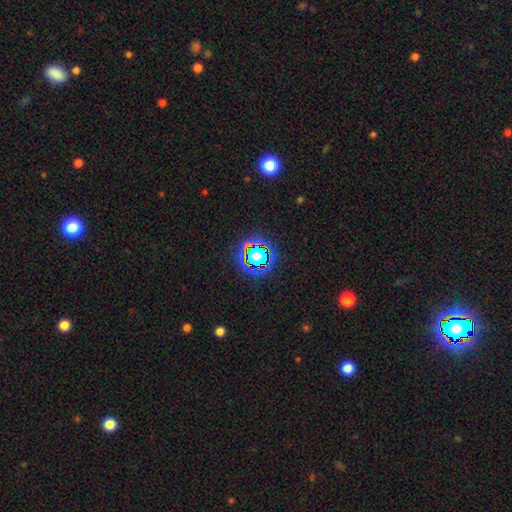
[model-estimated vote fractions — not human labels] smooth_or_featured: star or artifact (p=0.56) [alt: smooth p=0.31]